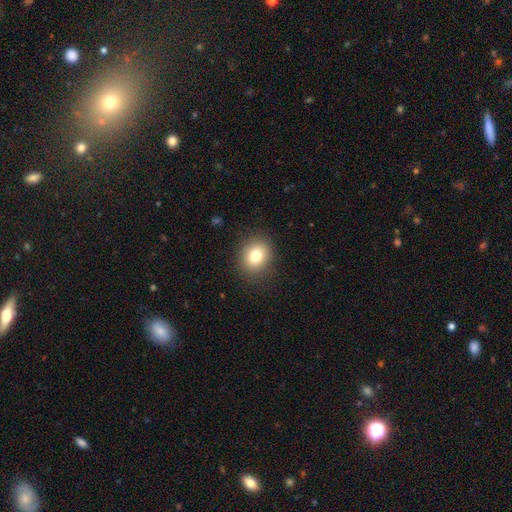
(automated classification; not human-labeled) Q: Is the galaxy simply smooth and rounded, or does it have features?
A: smooth — 80%.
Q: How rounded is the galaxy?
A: round — 64%.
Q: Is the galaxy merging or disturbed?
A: none — 87%.